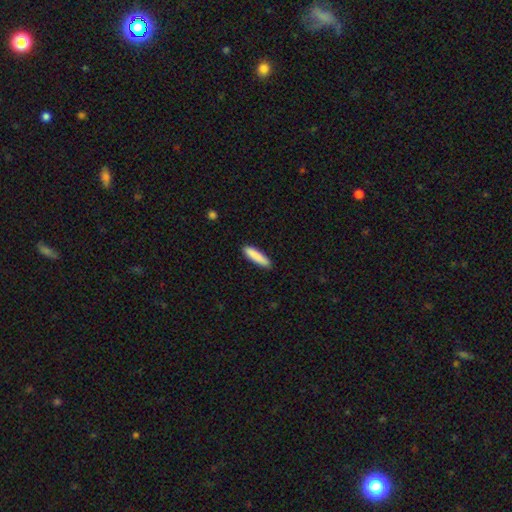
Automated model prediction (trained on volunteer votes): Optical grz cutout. It shows a smooth galaxy with no disk features (88%) that is cigar-shaped (79%). Merging: none (89%).